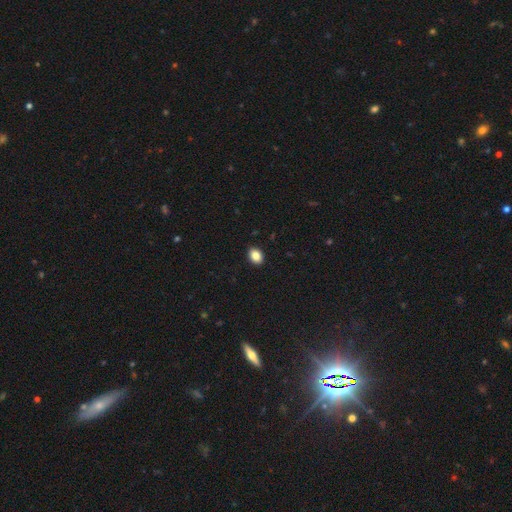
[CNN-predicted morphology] smooth_or_featured: smooth (p=0.87) [alt: star or artifact p=0.09]
how_rounded: in between (p=0.76) [alt: round p=0.23]
merging: none (p=0.91) [alt: minor disturbance p=0.07]